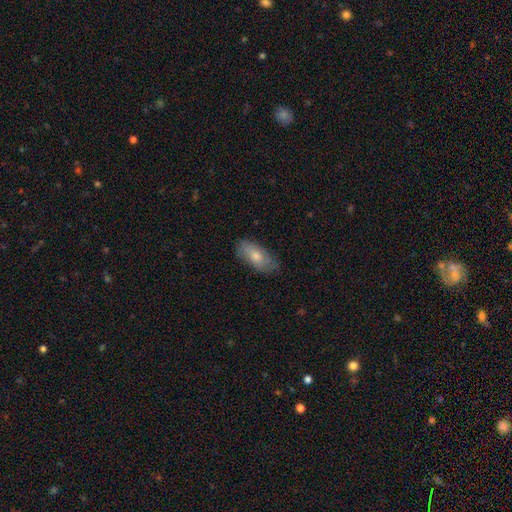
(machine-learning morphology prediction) smooth 67%, featured or disk 27%, star or artifact 6%. Down the decision tree: how rounded — in between (88%); merging — none (74%).